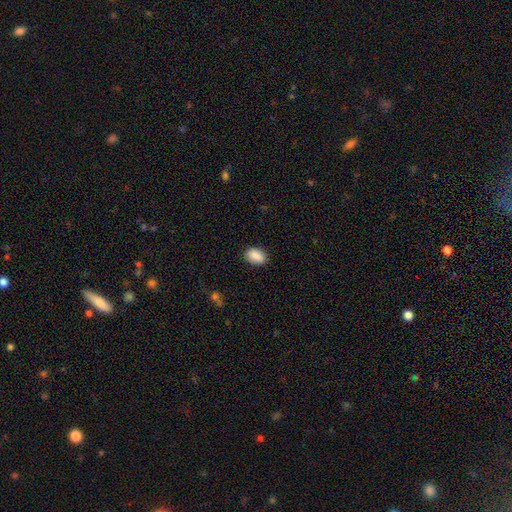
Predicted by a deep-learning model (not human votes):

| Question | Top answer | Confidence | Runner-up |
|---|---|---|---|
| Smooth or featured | smooth | 89% | star or artifact (7%) |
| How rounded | in between | 86% | round (12%) |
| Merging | none | 85% | minor disturbance (11%) |